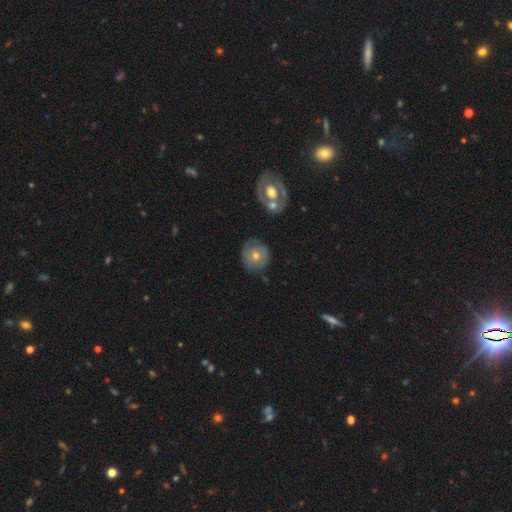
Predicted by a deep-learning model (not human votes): smooth-or-featured: featured or disk: 50% | smooth: 39% | star or artifact: 10%
  disk-edge-on: no: 95% | yes: 5%
  merging: none: 74% | minor disturbance: 16% | major disturbance: 5% | merger: 5%